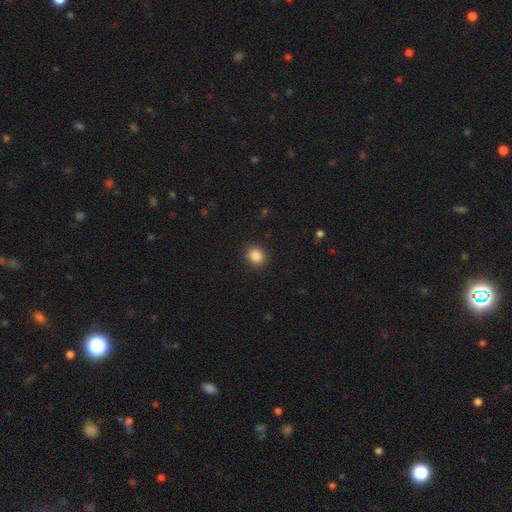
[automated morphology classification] type=smooth (87%); roundness=round (69%); merging=none (89%).